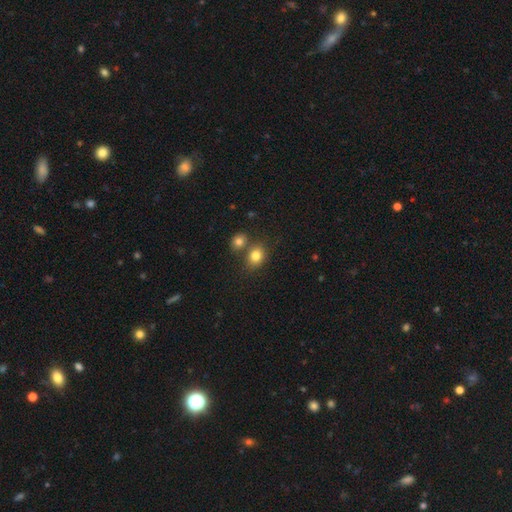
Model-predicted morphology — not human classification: The model was most divided on "how rounded": round: 59%, in between: 40%, cigar-shaped: 1%. More confident: smooth or featured — smooth (81%); merging — none (57%).